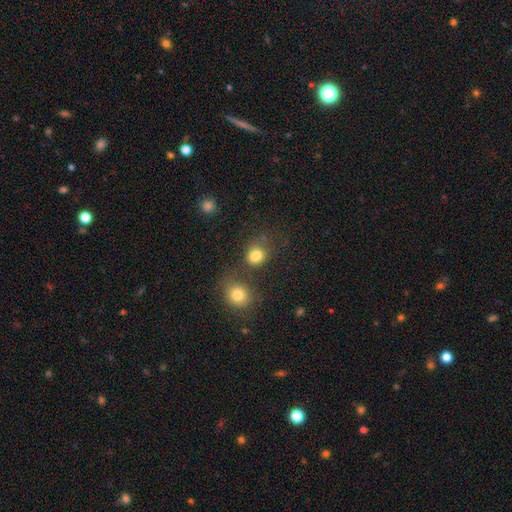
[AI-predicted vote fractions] Q: Smooth or featured?
A: smooth (82%); runner-up: star or artifact (12%)
Q: How rounded?
A: round (65%); runner-up: in between (33%)
Q: Merging?
A: none (58%); runner-up: merger (22%)